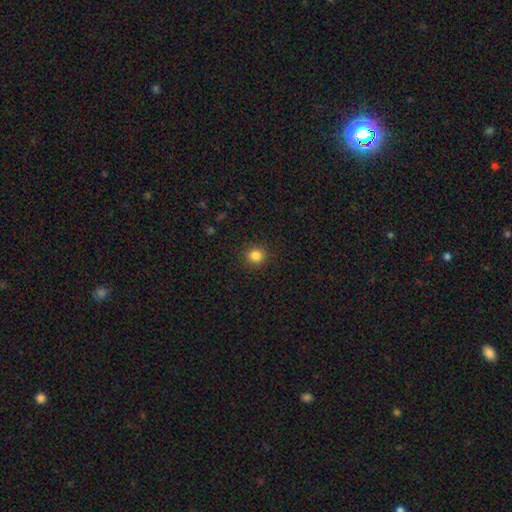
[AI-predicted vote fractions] Overall: smooth (84%). How rounded: round (91%). Merging: none (91%).